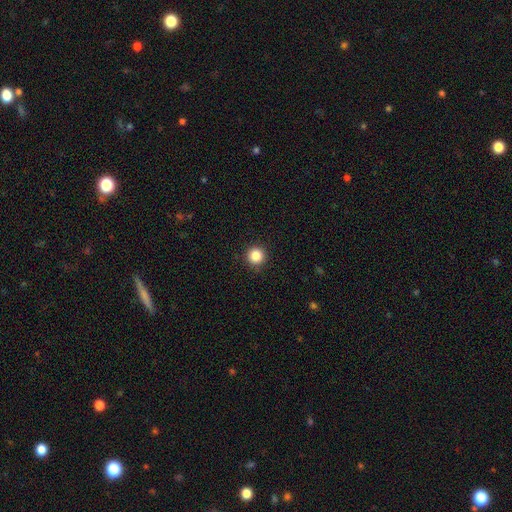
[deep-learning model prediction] The model was most divided on "smooth or featured": smooth: 86%, star or artifact: 11%, featured or disk: 4%. More confident: how rounded — round (96%); merging — none (91%).